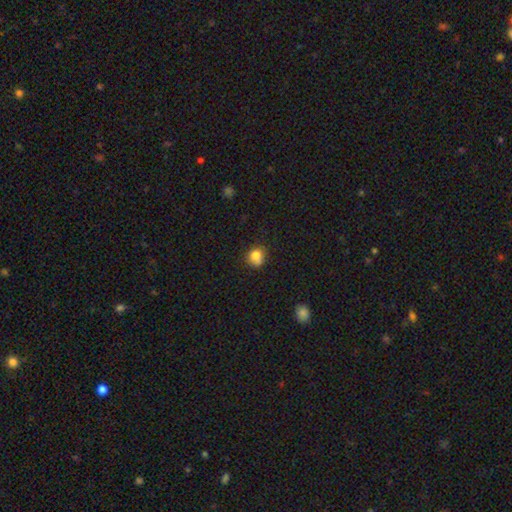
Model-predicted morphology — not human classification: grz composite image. It shows a smooth galaxy with no disk features (79%) that is round (73%). Merging: none (55%).